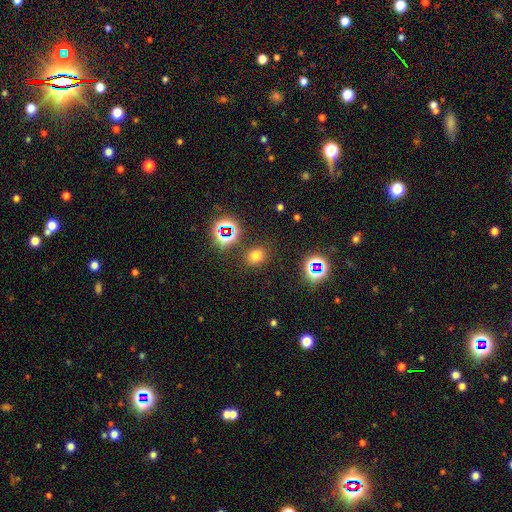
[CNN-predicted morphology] smooth-or-featured: smooth: 67% | star or artifact: 26% | featured or disk: 7%
  how-rounded: round: 60% | in between: 39% | cigar-shaped: 1%
  merging: none: 84% | minor disturbance: 9% | major disturbance: 4% | merger: 3%